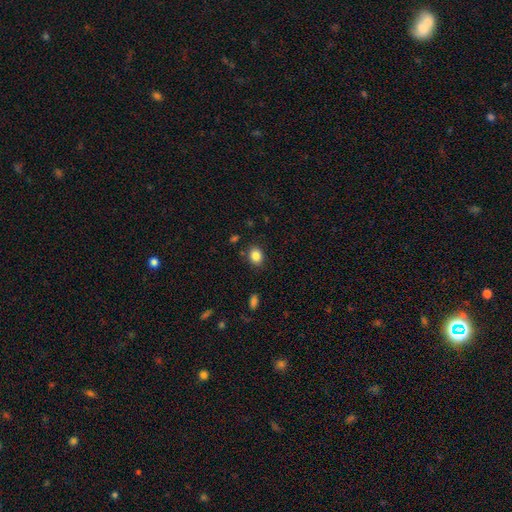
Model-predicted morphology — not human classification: The model was most divided on "how rounded": in between: 52%, round: 47%, cigar-shaped: 1%. More confident: smooth or featured — smooth (86%); merging — none (85%).